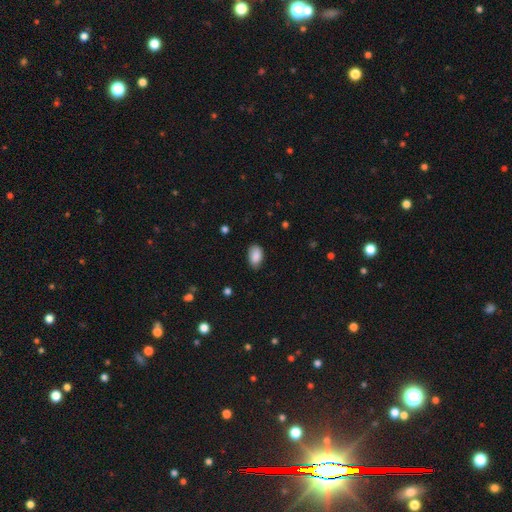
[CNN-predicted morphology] type=smooth (88%); roundness=in between (92%); merging=none (76%).